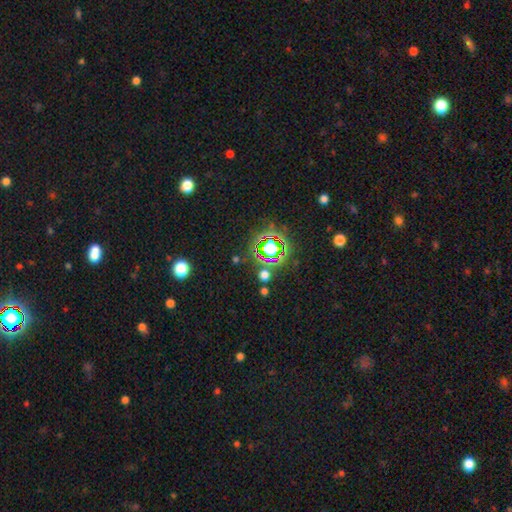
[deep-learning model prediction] Smooth or featured? star or artifact (78%)